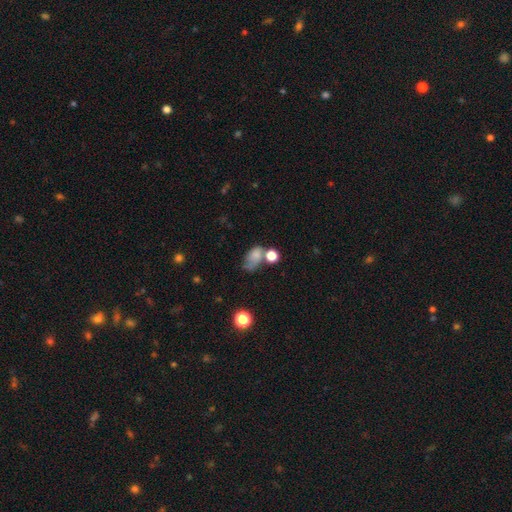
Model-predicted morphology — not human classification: This is likely a smooth galaxy (70%). How rounded: likely in between (79%). Merging: marginally none (28%).